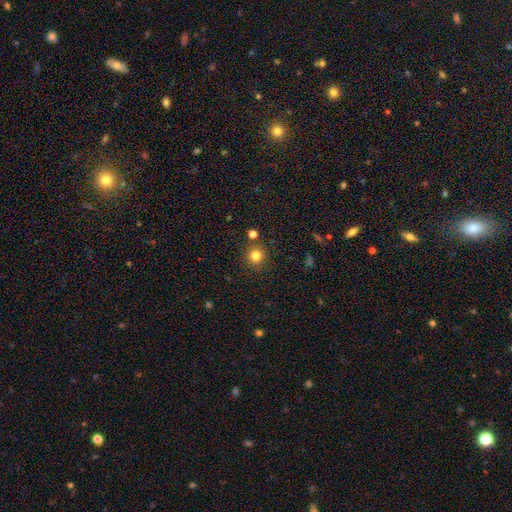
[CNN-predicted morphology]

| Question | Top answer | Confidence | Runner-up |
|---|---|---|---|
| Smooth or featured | smooth | 82% | star or artifact (13%) |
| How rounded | round | 92% | in between (7%) |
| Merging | none | 86% | minor disturbance (7%) |